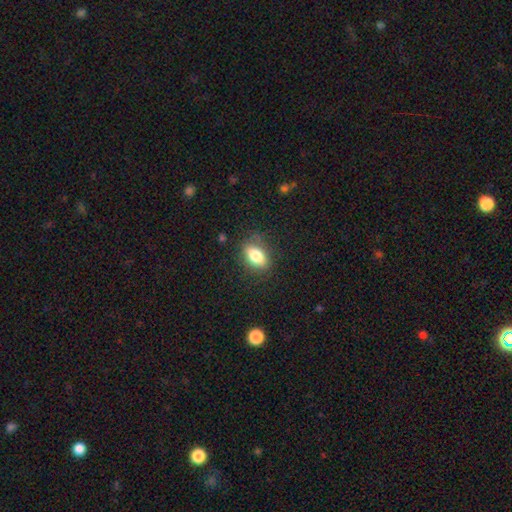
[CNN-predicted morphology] Smooth or featured? Predicted: smooth (p=0.80). How rounded? Predicted: in between (p=0.85). Merging? Predicted: none (p=0.80).